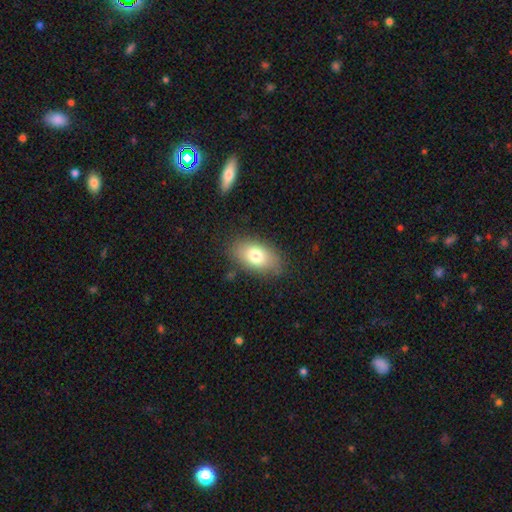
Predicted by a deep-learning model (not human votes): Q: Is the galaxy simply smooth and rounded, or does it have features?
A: smooth — 76%.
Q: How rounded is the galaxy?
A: in between — 90%.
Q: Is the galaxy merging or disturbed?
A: none — 81%.